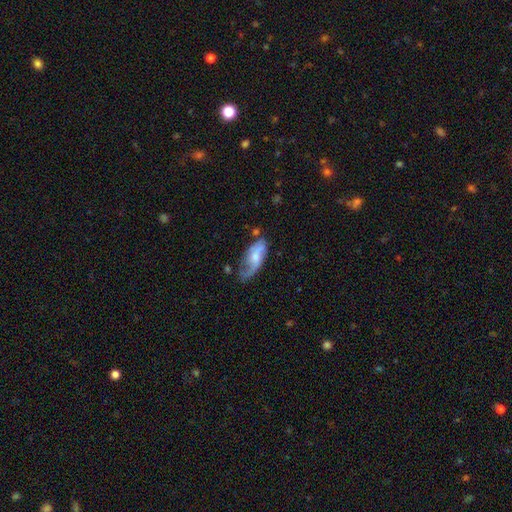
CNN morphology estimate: A featured or disk galaxy (58%) with no bar (55%), spiral arms (80%) and a moderate central bulge (46%). Merging: none (40%).